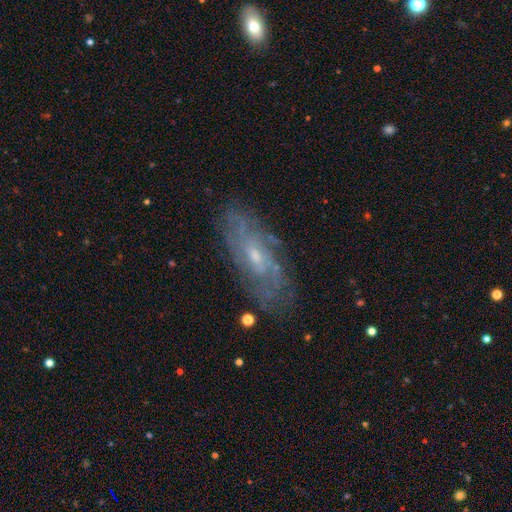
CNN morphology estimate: Q: Smooth or featured?
A: featured or disk (75%); runner-up: smooth (16%)
Q: Edge-on disk?
A: no (86%); runner-up: yes (14%)
Q: Bar?
A: no (60%); runner-up: weak (34%)
Q: Spiral arms?
A: yes (88%); runner-up: no (12%)
Q: Spiral winding?
A: tight (51%); runner-up: medium (35%)
Q: Spiral arm count?
A: can't tell (51%); runner-up: 2 (21%)
Q: Bulge size?
A: small (65%); runner-up: moderate (30%)
Q: Merging?
A: none (79%); runner-up: minor disturbance (15%)